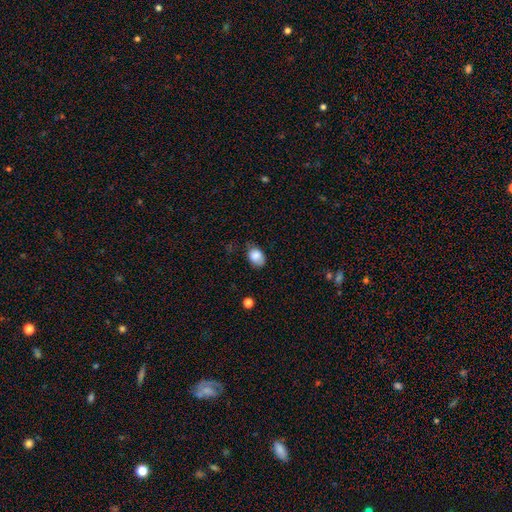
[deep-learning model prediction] smooth 85%, star or artifact 8%, featured or disk 7%. Down the decision tree: how rounded — in between (77%); merging — none (60%).